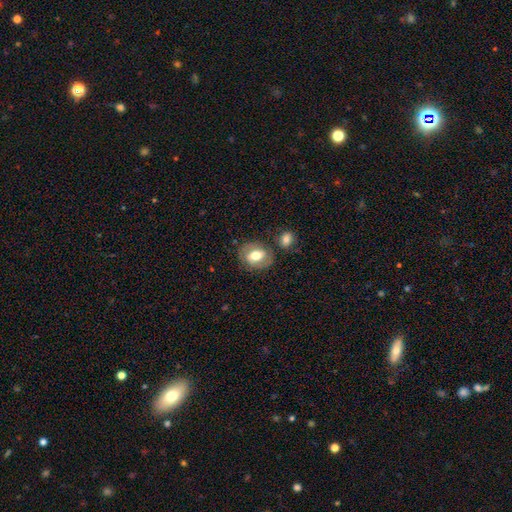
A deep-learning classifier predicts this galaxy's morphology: A smooth galaxy with no disk features (52%) that is in between round and cigar-shaped (57%). Merging: none (71%).